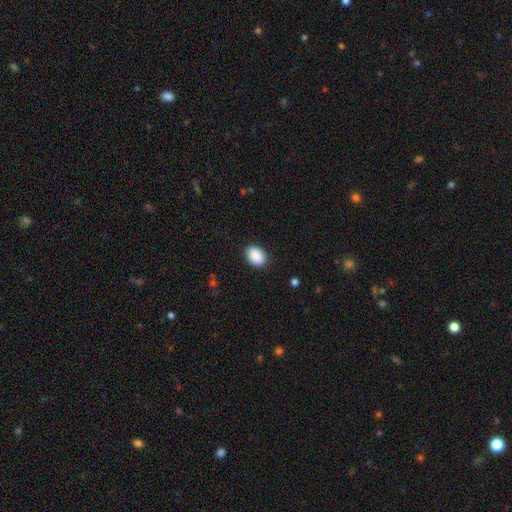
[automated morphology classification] Smooth or featured? Predicted: smooth (p=0.90). How rounded? Predicted: in between (p=0.76). Merging? Predicted: none (p=0.88).